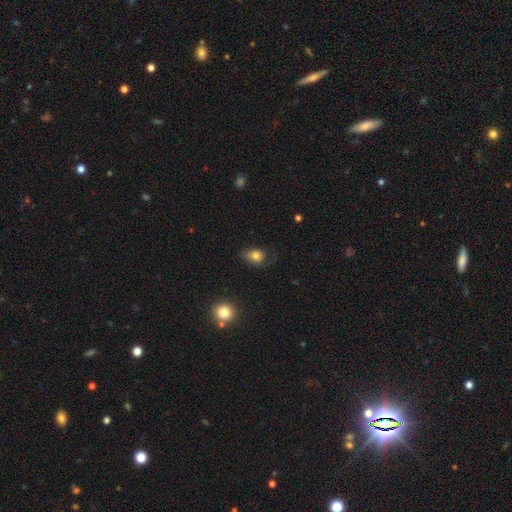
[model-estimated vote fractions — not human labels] Overall: smooth (77%). How rounded: in between (53%; round 45%). Merging: none (52%; minor disturbance 29%).